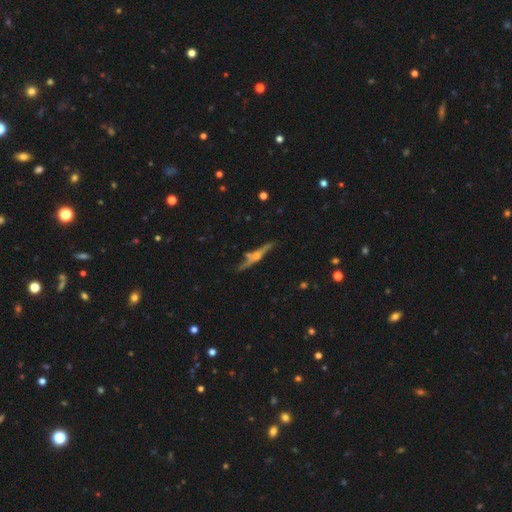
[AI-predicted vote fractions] A featured or disk galaxy (76%) viewed edge-on (94%) with a rounded central bulge (82%). Merging: none (74%).